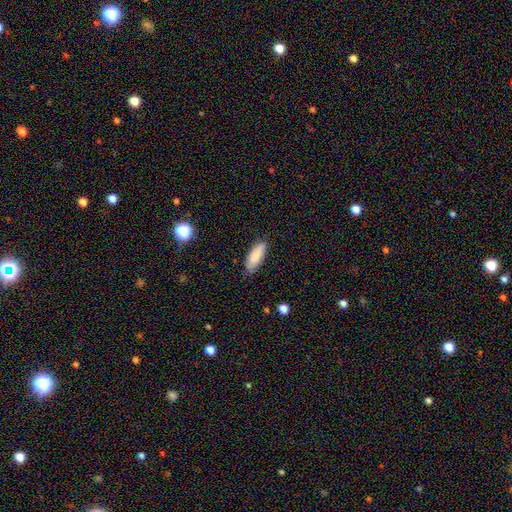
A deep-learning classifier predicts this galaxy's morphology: The model was most divided on "how rounded": in between: 70%, cigar-shaped: 29%, round: 2%. More confident: smooth or featured — smooth (85%); merging — none (79%).